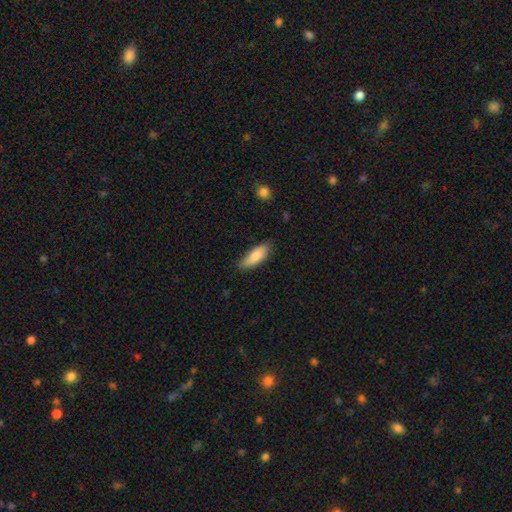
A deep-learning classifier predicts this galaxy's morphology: type=smooth (81%); roundness=in between (68%); merging=none (78%).